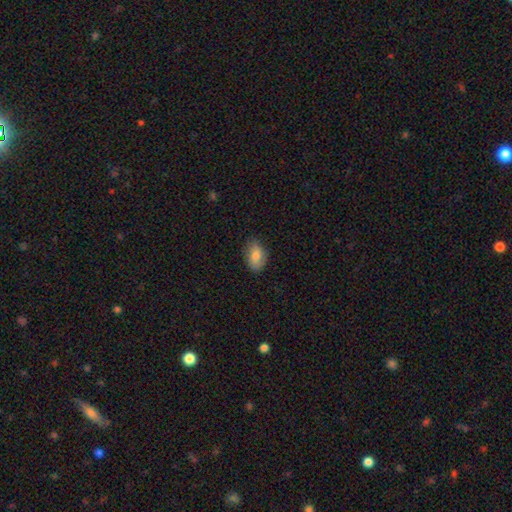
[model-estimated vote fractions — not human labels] A smooth galaxy with no disk features (78%) that is in between round and cigar-shaped (88%).

Vote fractions:
- Smooth or featured? smooth: 78% / featured or disk: 15% / star or artifact: 7%
- How rounded? in between: 88% / round: 10% / cigar-shaped: 2%
- Merging? none: 82% / minor disturbance: 15% / major disturbance: 3% / merger: 1%